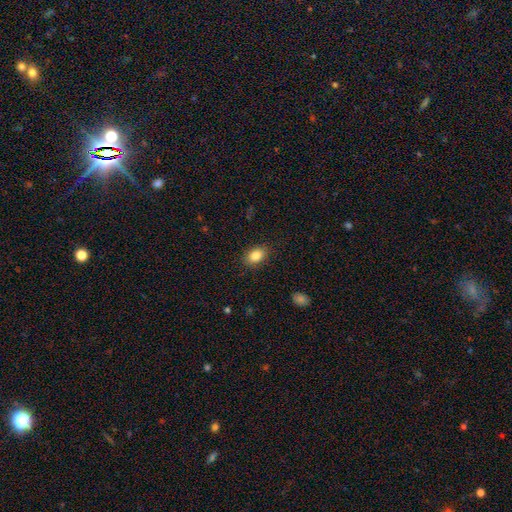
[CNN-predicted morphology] type=smooth (85%); roundness=in between (83%); merging=none (87%).